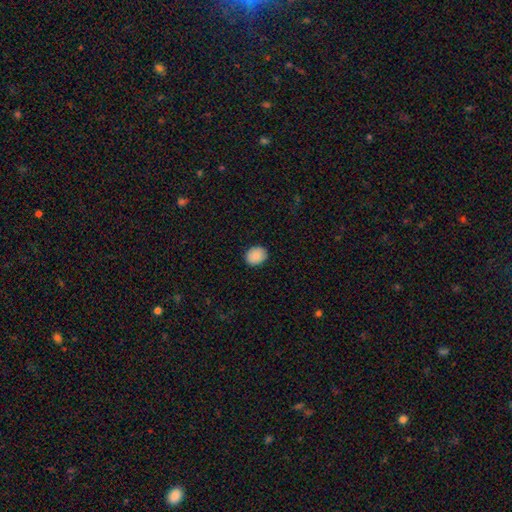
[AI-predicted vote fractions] smooth_or_featured: smooth (p=0.89) [alt: star or artifact p=0.07]
how_rounded: round (p=0.54) [alt: in between p=0.45]
merging: none (p=0.87) [alt: minor disturbance p=0.10]